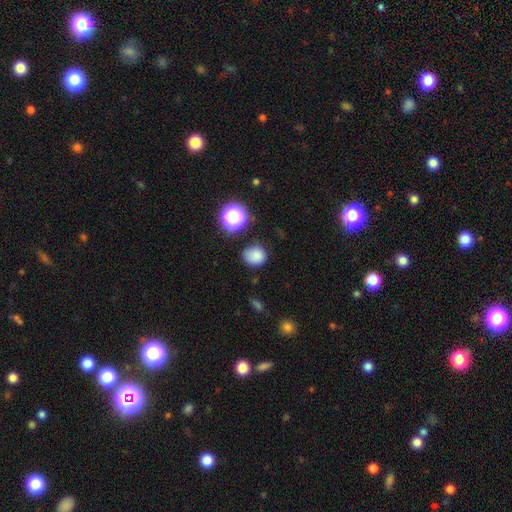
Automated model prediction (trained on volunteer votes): Morphology: type=smooth (81%); roundness=round (72%); merging=none (71%).